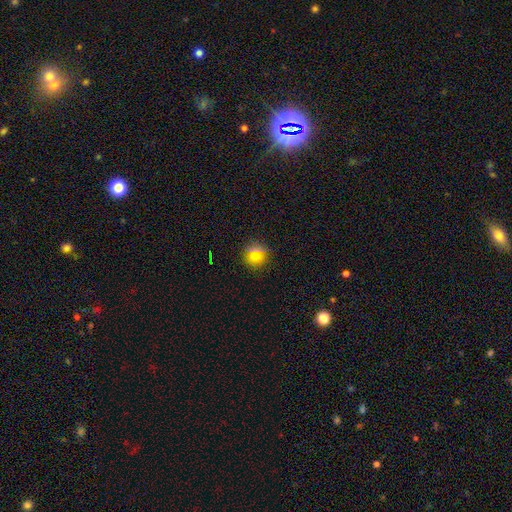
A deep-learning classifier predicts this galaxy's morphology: A smooth galaxy with no disk features (73%) that is round (94%). Merging: none (87%).